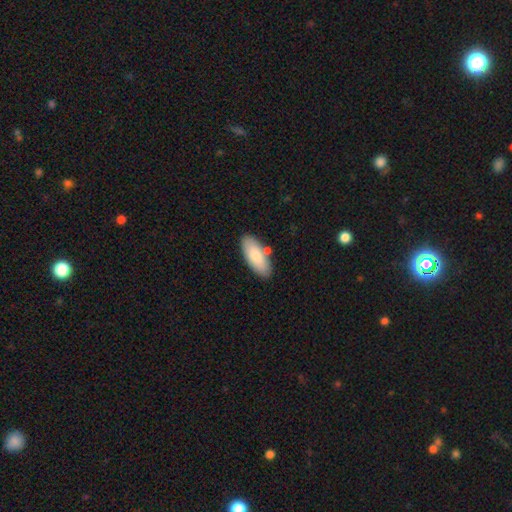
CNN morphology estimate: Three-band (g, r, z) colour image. It shows a smooth galaxy with no disk features (81%) that is in between round and cigar-shaped (83%). Merging: none (77%).